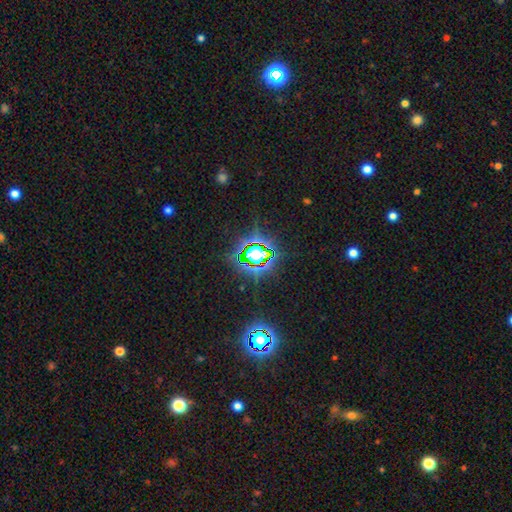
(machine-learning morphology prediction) This appears to be a star or artifact, not a galaxy (81%).